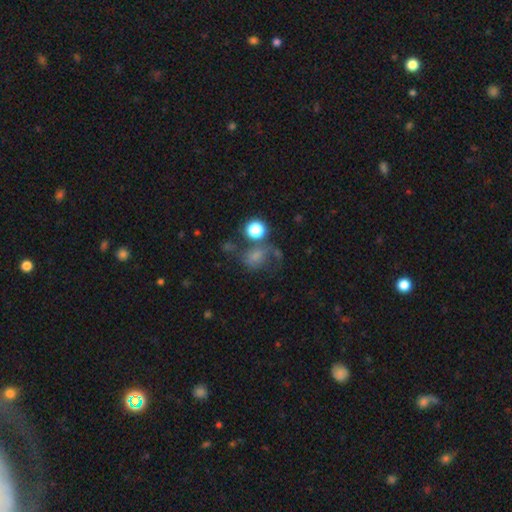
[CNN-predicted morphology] Smooth or featured? Predicted: smooth (p=0.54). How rounded? Predicted: round (p=0.56). Merging? Predicted: none (p=0.37).